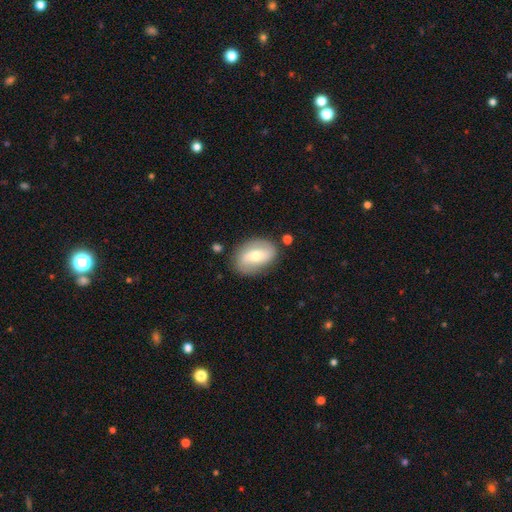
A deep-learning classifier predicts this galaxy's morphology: Smooth or featured?
  - smooth: 48% *
  - featured or disk: 46%
  - star or artifact: 6%
Merging?
  - none: 80% *
  - minor disturbance: 14%
  - major disturbance: 4%
  - merger: 3%